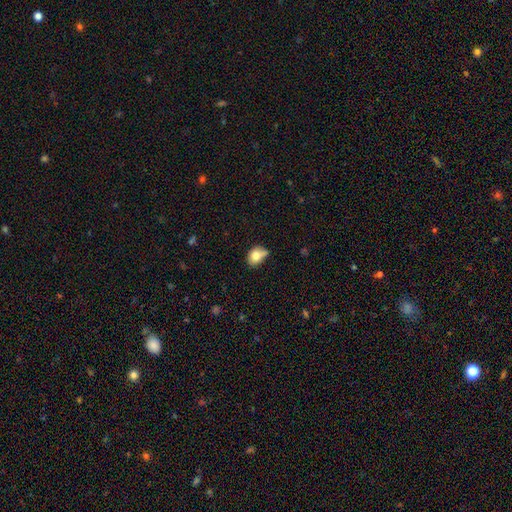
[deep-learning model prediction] Morphology: type=smooth (77%); roundness=in between (64%); merging=none (40%).